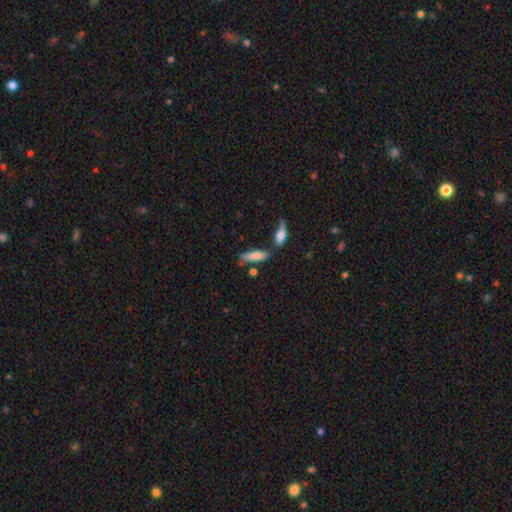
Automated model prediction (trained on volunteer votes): The model was most divided on "how rounded": cigar-shaped: 64%, in between: 34%, round: 2%. More confident: smooth or featured — smooth (77%); merging — none (64%).